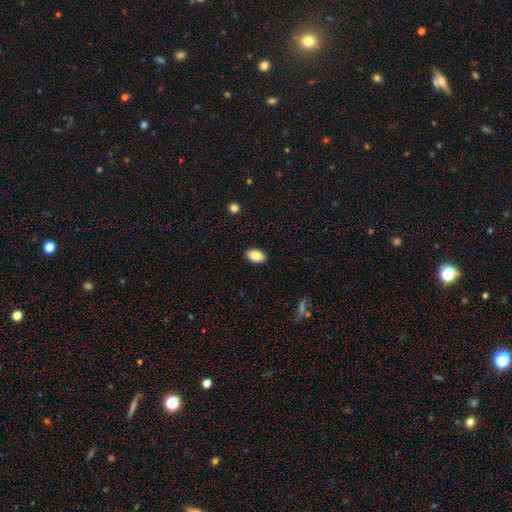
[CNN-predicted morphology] This appears to be a smooth galaxy with no disk features (86%) that is in between round and cigar-shaped (92%). Merging: none (89%).